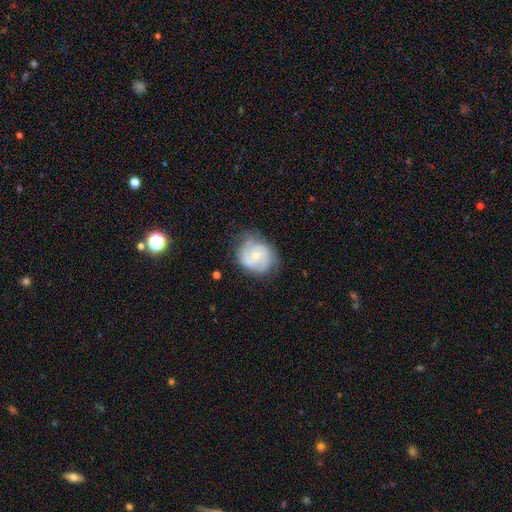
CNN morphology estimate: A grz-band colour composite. It shows a featured or disk galaxy (63%) with no bar (68%), 2 (53%) tight (51%) spiral arms (84%) and a small central bulge (53%). Merging: none (67%).